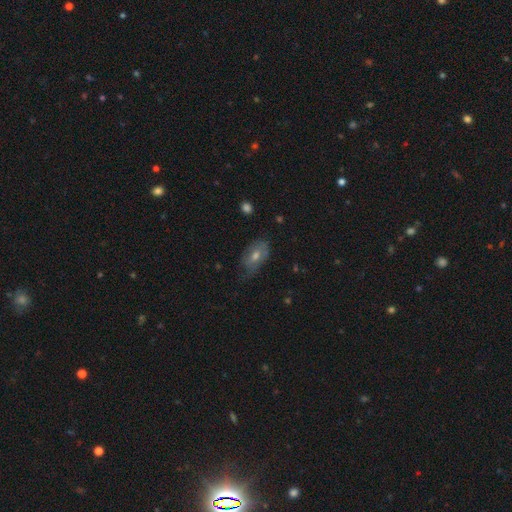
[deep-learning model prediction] smooth_or_featured: smooth (p=0.44) [alt: featured or disk p=0.43]
merging: none (p=0.59) [alt: minor disturbance p=0.29]